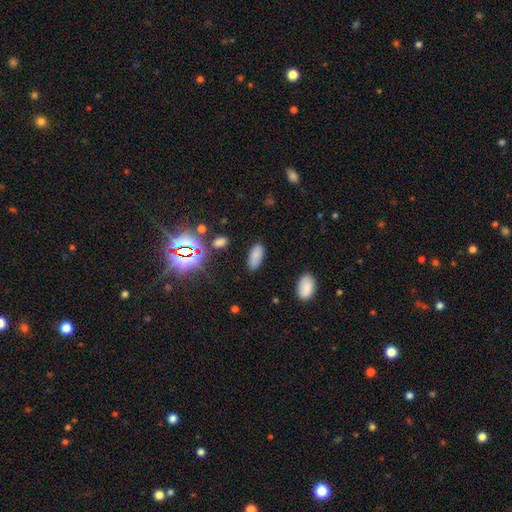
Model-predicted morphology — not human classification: A smooth galaxy with no disk features (78%) that is in between round and cigar-shaped (89%).

Vote fractions:
- Smooth or featured? smooth: 78% / star or artifact: 14% / featured or disk: 8%
- How rounded? in between: 89% / cigar-shaped: 9% / round: 3%
- Merging? none: 80% / minor disturbance: 13% / major disturbance: 4% / merger: 3%